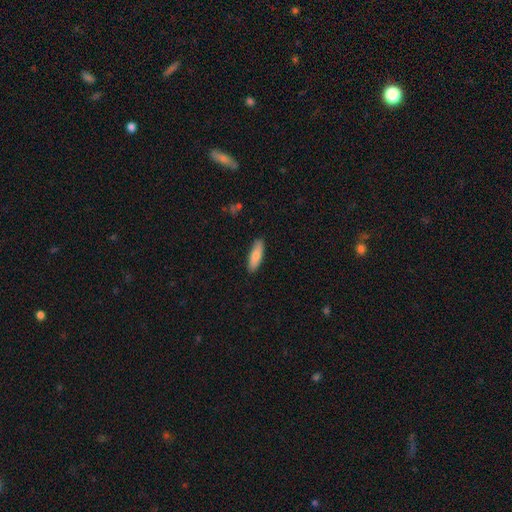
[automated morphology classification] type=smooth (82%); roundness=cigar-shaped (53%); merging=none (88%).